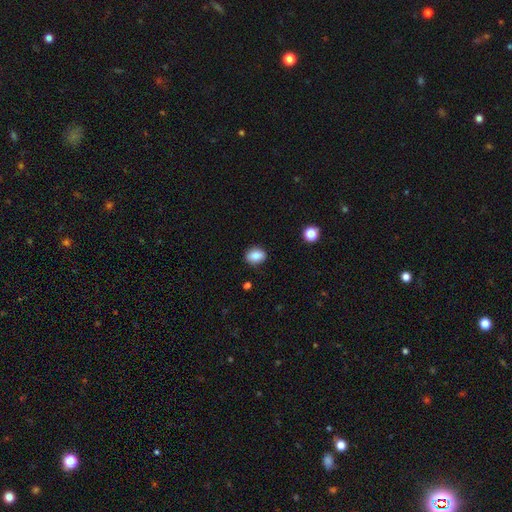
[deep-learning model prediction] This is clearly a smooth galaxy (86%). How rounded: likely in between (60%). Merging: clearly none (86%).